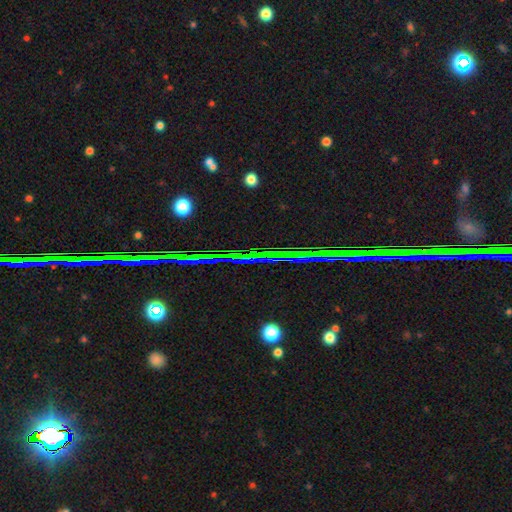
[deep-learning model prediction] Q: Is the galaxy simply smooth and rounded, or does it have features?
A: star or artifact — 84%.